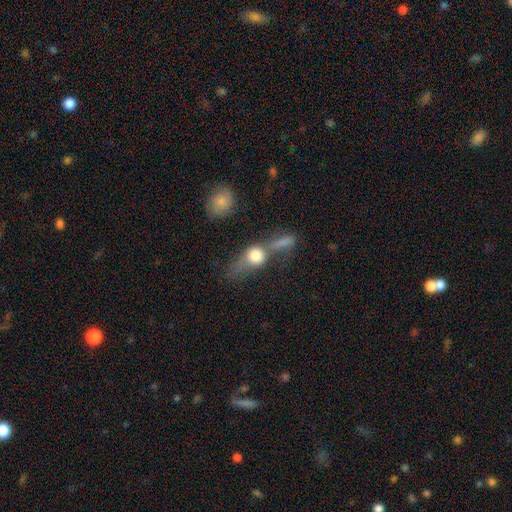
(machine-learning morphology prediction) The model was most divided on "how rounded": round: 47%, in between: 40%, cigar-shaped: 13%. Remaining: smooth or featured — smooth (60%); merging — merger (42%).